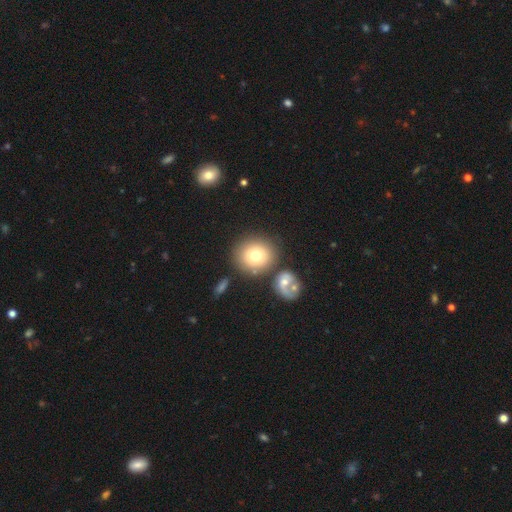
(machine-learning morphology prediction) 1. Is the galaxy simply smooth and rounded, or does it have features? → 75% smooth, 15% featured or disk, 10% star or artifact.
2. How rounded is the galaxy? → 86% round, 13% in between, 1% cigar-shaped.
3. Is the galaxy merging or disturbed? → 71% none, 15% merger, 10% minor disturbance, 4% major disturbance.